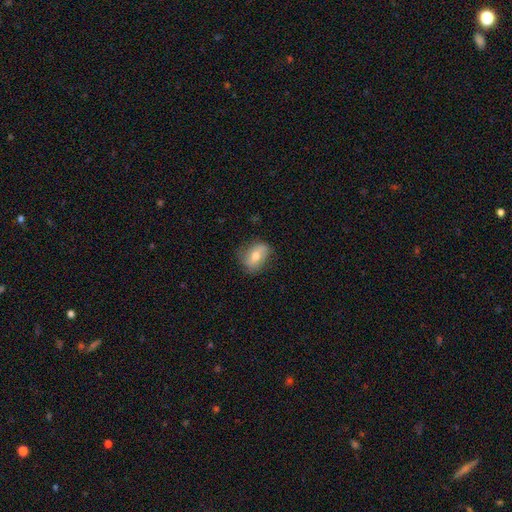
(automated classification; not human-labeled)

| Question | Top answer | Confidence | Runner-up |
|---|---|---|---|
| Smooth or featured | smooth | 55% | featured or disk (36%) |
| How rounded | in between | 71% | round (27%) |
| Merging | none | 69% | minor disturbance (23%) |